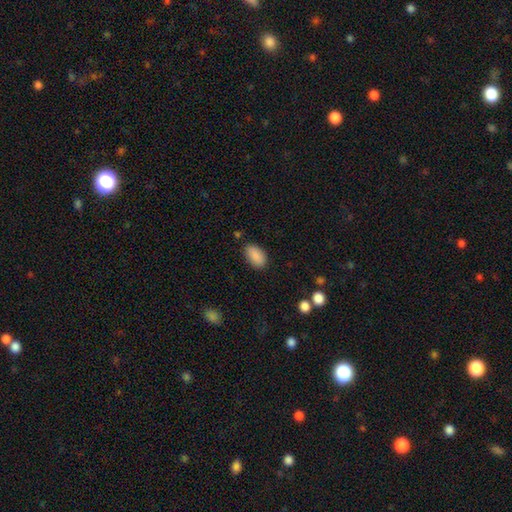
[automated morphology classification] Overall: smooth (89%). How rounded: in between (93%). Merging: none (85%).